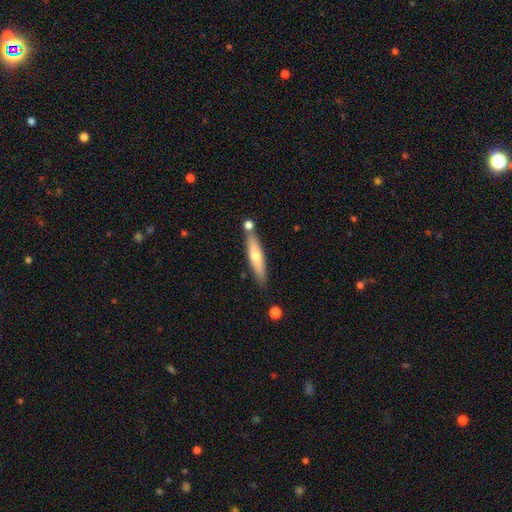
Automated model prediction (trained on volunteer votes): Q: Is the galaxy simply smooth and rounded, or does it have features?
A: smooth — 55%.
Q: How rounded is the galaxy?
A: cigar-shaped — 85%.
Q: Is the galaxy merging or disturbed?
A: none — 74%.